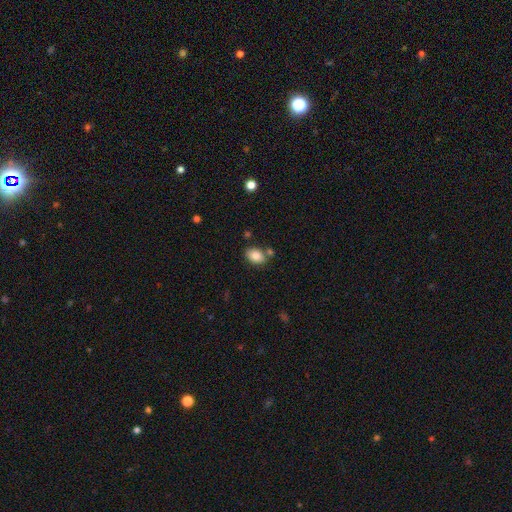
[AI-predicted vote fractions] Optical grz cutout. It shows a smooth galaxy with no disk features (82%) that is in between round and cigar-shaped (83%). Merging: none (71%).